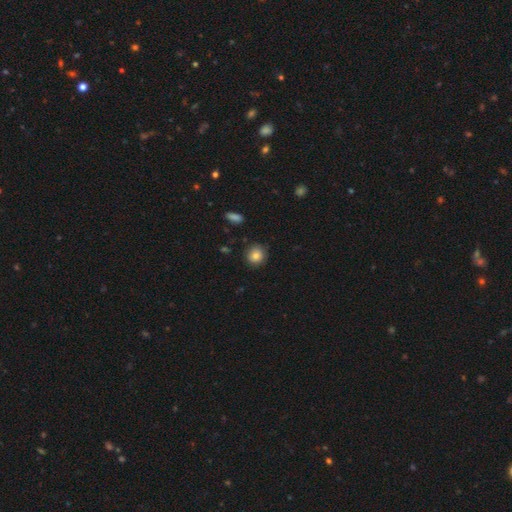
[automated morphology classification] This appears to be a smooth galaxy with no disk features (79%) that is round (90%). Merging: none (85%).